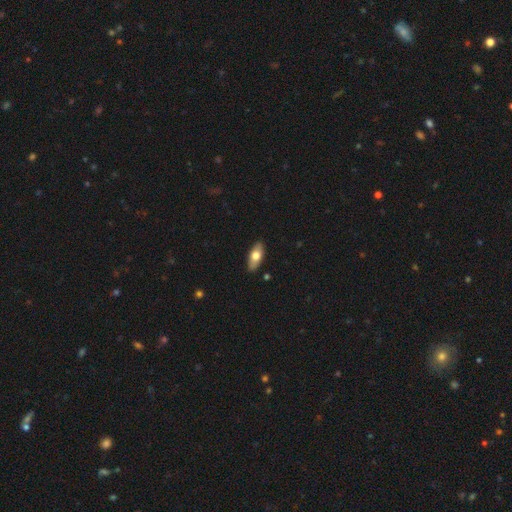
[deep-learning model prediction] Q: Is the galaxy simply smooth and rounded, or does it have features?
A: smooth — 68%.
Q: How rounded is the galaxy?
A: in between — 81%.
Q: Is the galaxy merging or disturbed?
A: none — 88%.